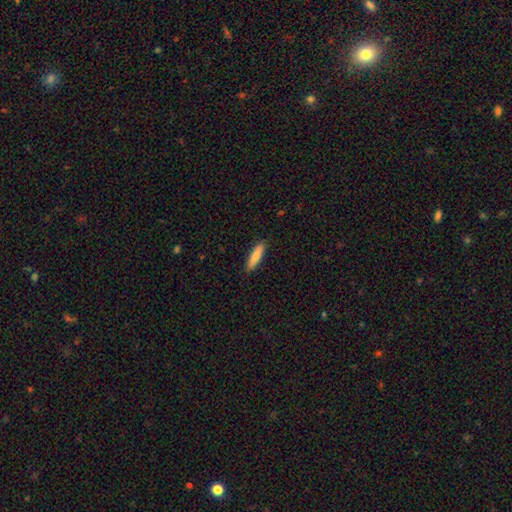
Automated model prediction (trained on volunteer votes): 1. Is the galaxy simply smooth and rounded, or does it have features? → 82% smooth, 12% featured or disk, 6% star or artifact.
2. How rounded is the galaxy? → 77% cigar-shaped, 21% in between, 1% round.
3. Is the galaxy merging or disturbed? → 89% none, 8% minor disturbance, 2% major disturbance, 1% merger.